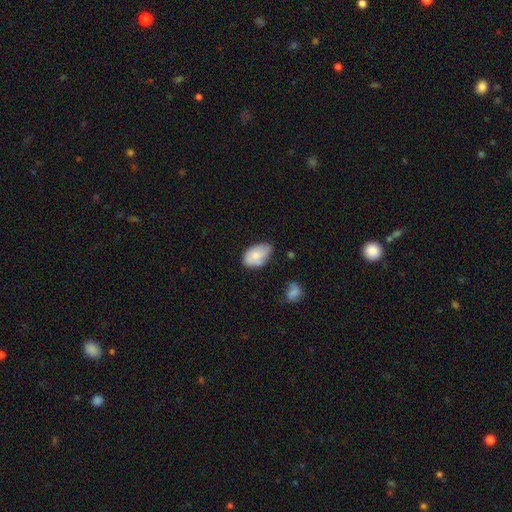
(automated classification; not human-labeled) Smooth or featured? Predicted: smooth (p=0.73). How rounded? Predicted: in between (p=0.92). Merging? Predicted: none (p=0.48).